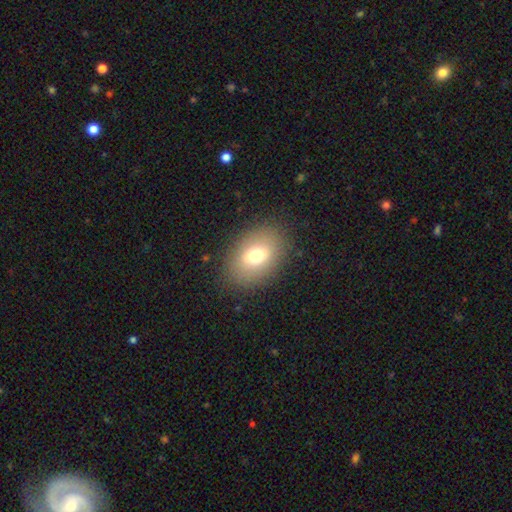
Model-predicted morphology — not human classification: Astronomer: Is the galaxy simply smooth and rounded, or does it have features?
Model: smooth — 70%.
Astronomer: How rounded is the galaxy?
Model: in between — 74%.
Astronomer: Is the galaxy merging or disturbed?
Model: none — 84%.